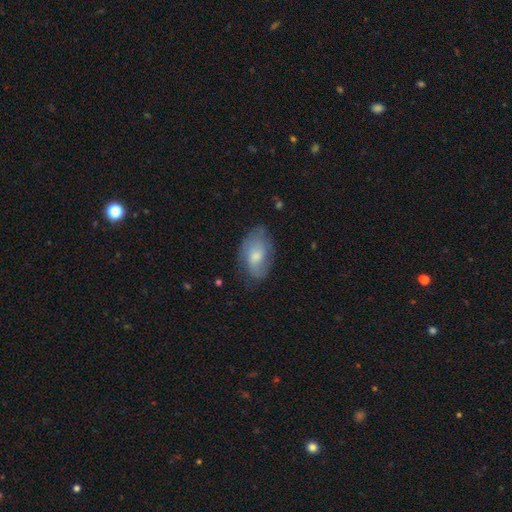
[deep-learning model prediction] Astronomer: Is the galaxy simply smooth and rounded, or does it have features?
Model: smooth — 58% (runner-up: featured or disk, 35%).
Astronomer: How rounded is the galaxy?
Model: in between — 91%.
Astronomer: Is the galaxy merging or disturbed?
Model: none — 63%.